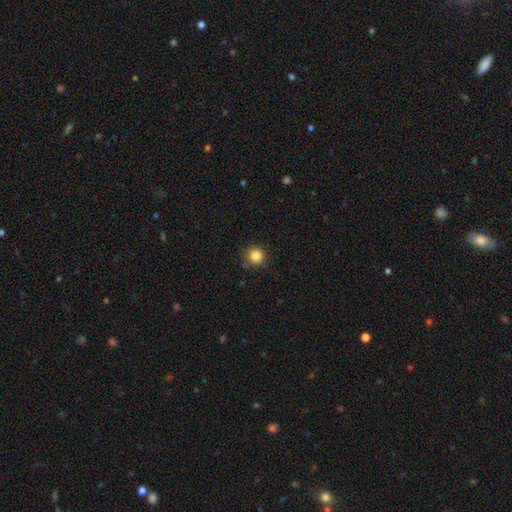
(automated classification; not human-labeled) This is clearly a smooth galaxy (85%). How rounded: clearly round (94%). Merging: clearly none (86%).